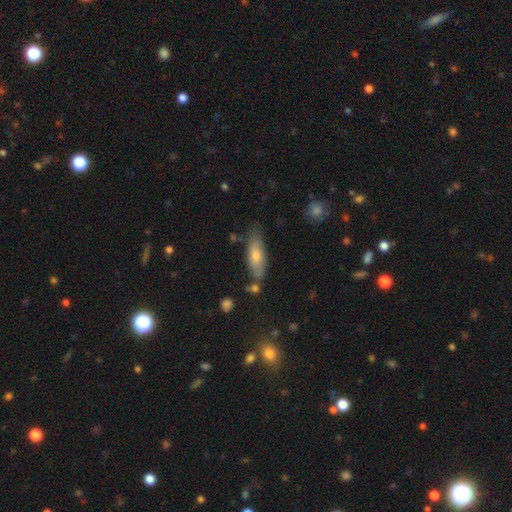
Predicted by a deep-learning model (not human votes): Smooth or featured? Predicted: smooth (p=0.67). How rounded? Predicted: in between (p=0.59). Merging? Predicted: none (p=0.72).